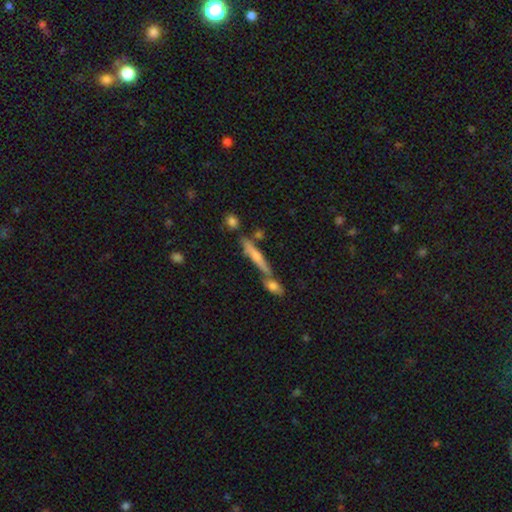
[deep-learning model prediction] Smooth or featured?
  - smooth: 52% *
  - featured or disk: 40%
  - star or artifact: 8%
How rounded?
  - cigar-shaped: 88% *
  - in between: 9%
  - round: 3%
Merging?
  - none: 59% *
  - merger: 25%
  - minor disturbance: 12%
  - major disturbance: 4%